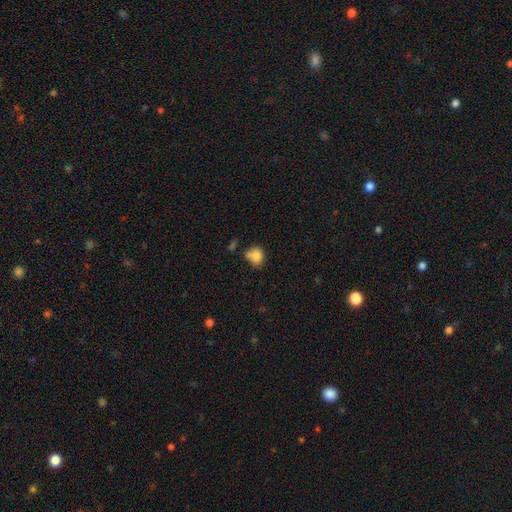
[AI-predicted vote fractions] The model was most divided on "how rounded": round: 57%, in between: 42%, cigar-shaped: 1%. Remaining: smooth or featured — smooth (80%); merging — none (47%).